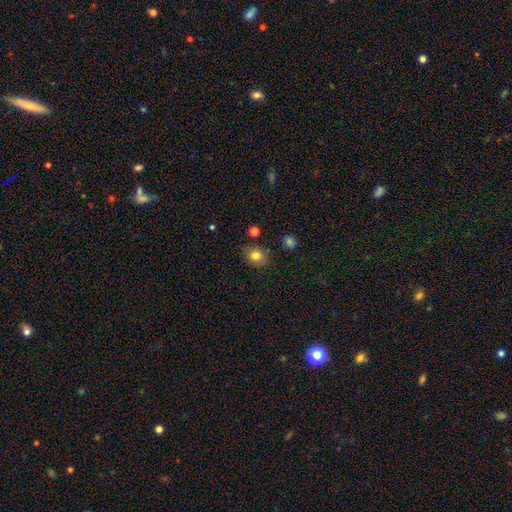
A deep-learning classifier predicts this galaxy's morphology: Smooth or featured: smooth — 81% (star or artifact — 11%)
How rounded: round — 64% (in between — 35%)
Merging: none — 79% (minor disturbance — 15%)